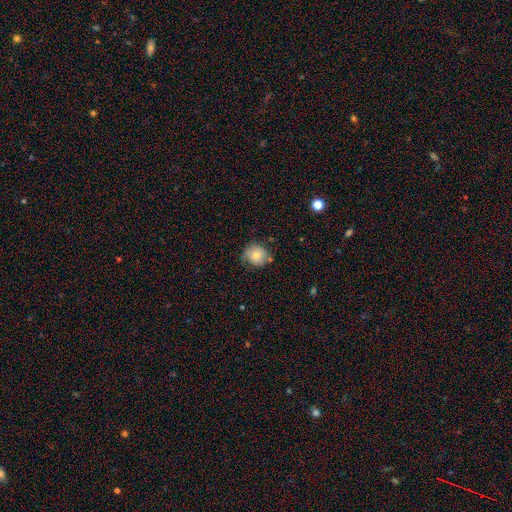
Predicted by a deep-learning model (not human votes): smooth 72%, featured or disk 18%, star or artifact 9%. Down the decision tree: how rounded — round (83%); merging — none (66%).